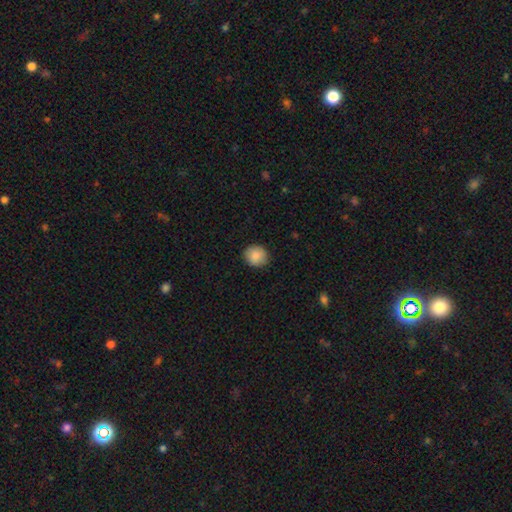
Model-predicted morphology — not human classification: Smooth or featured?
  - smooth: 87% *
  - star or artifact: 8%
  - featured or disk: 5%
How rounded?
  - round: 89% *
  - in between: 10%
  - cigar-shaped: 1%
Merging?
  - none: 90% *
  - minor disturbance: 7%
  - major disturbance: 2%
  - merger: 1%